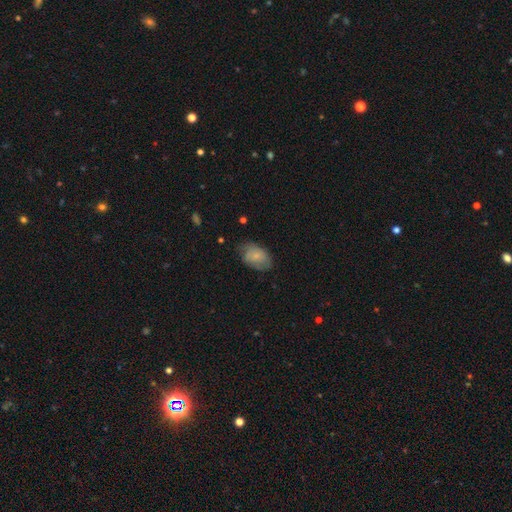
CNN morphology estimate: smooth_or_featured: smooth (p=0.63) [alt: featured or disk p=0.30]
how_rounded: in between (p=0.86) [alt: round p=0.13]
merging: none (p=0.61) [alt: minor disturbance p=0.28]